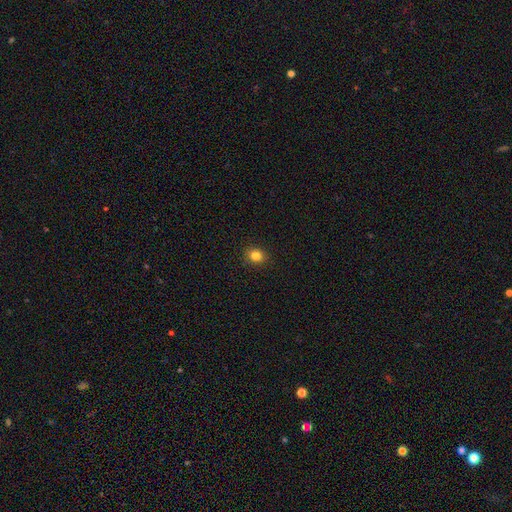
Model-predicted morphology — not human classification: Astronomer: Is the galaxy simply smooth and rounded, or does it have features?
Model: smooth — 83%.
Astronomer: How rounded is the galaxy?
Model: round — 74%.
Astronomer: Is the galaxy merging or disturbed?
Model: none — 90%.